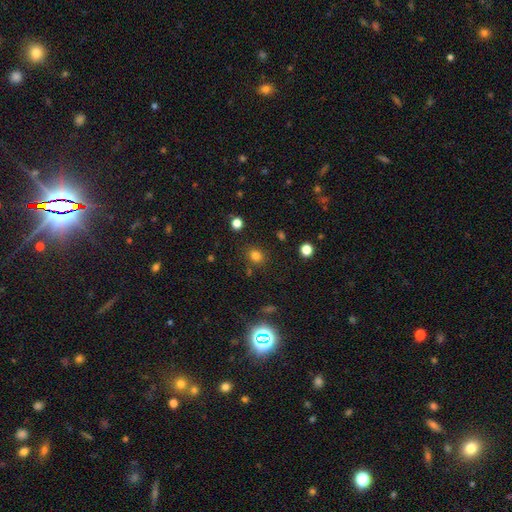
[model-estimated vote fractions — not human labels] A smooth galaxy with no disk features (78%) that is round (69%).

Vote fractions:
- Smooth or featured? smooth: 78% / star or artifact: 16% / featured or disk: 5%
- How rounded? round: 69% / in between: 30% / cigar-shaped: 1%
- Merging? none: 83% / minor disturbance: 10% / merger: 4% / major disturbance: 3%